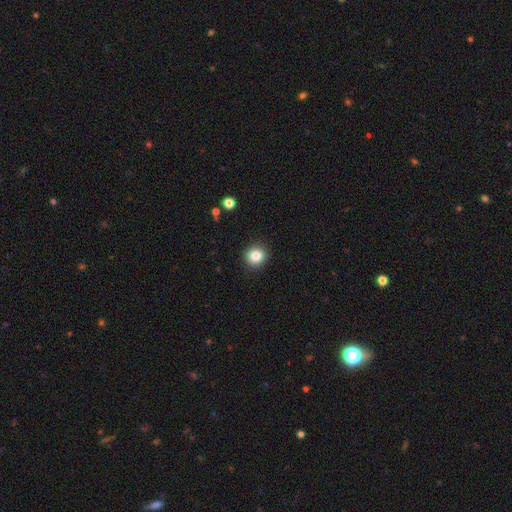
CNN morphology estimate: Smooth or featured? Predicted: smooth (p=0.84). How rounded? Predicted: round (p=0.89). Merging? Predicted: none (p=0.91).